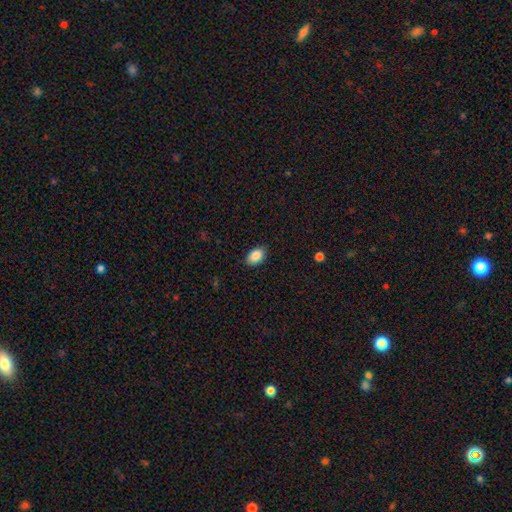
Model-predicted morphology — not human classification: Overall: smooth (88%). How rounded: in between (87%). Merging: none (86%).